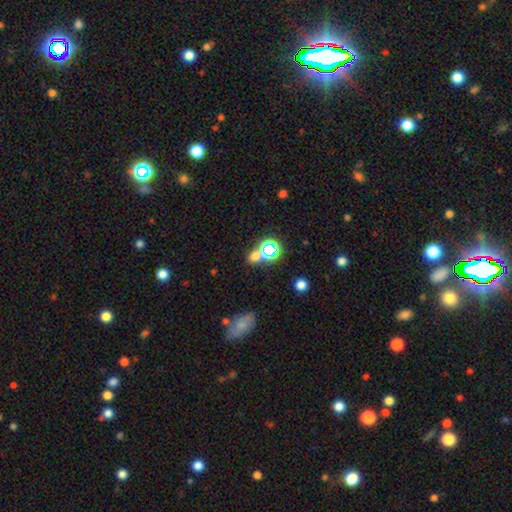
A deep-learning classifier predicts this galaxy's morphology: A smooth galaxy with no disk features (51%) that is round (63%). Merging: none (61%).